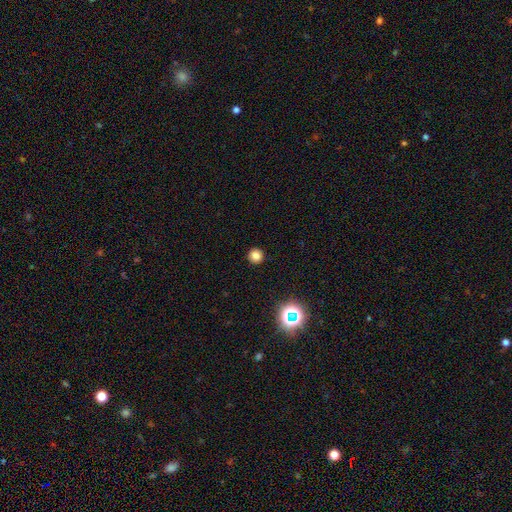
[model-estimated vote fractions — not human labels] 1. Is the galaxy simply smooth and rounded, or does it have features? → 80% smooth, 15% star or artifact, 4% featured or disk.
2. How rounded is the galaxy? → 94% round, 5% in between, 1% cigar-shaped.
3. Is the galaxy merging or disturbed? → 93% none, 5% minor disturbance, 2% major disturbance, 1% merger.